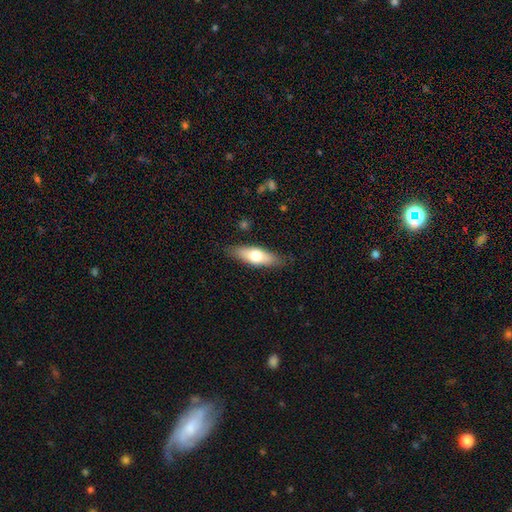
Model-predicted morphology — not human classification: type=smooth (65%); roundness=in between (55%); merging=none (84%).